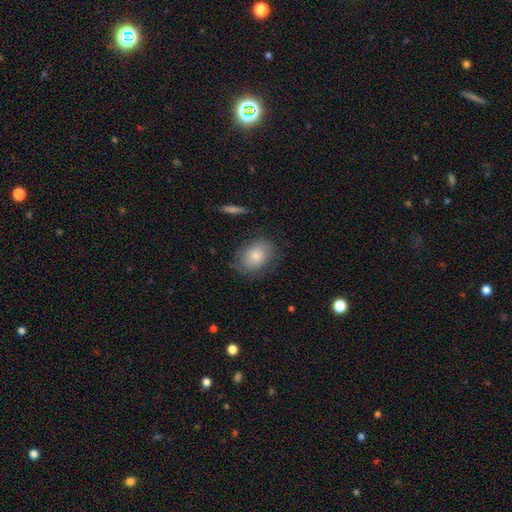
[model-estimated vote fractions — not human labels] smooth 80%, featured or disk 13%, star or artifact 7%. Down the decision tree: how rounded — in between (70%); merging — none (77%).